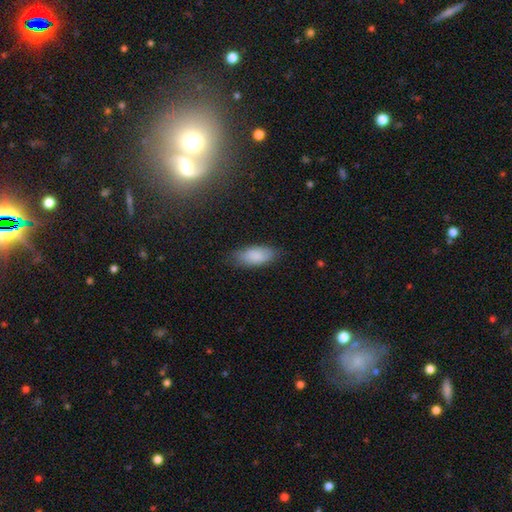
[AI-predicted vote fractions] The model was most divided on "merging": none: 77%, minor disturbance: 18%, major disturbance: 4%, merger: 1%. More confident: how rounded — in between (87%); smooth or featured — smooth (86%).